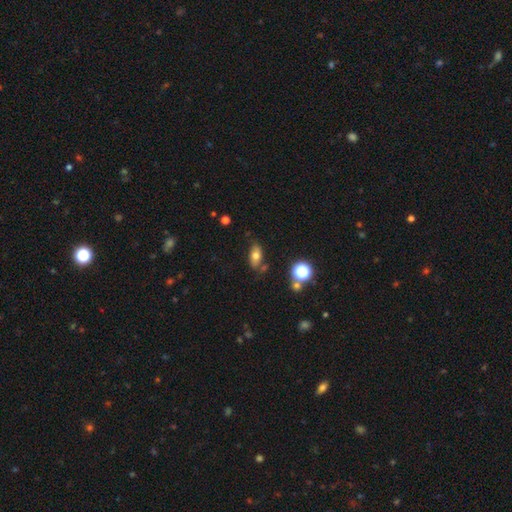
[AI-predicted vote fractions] Q: Smooth or featured?
A: smooth (69%); runner-up: featured or disk (19%)
Q: How rounded?
A: in between (83%); runner-up: round (9%)
Q: Merging?
A: none (72%); runner-up: minor disturbance (17%)